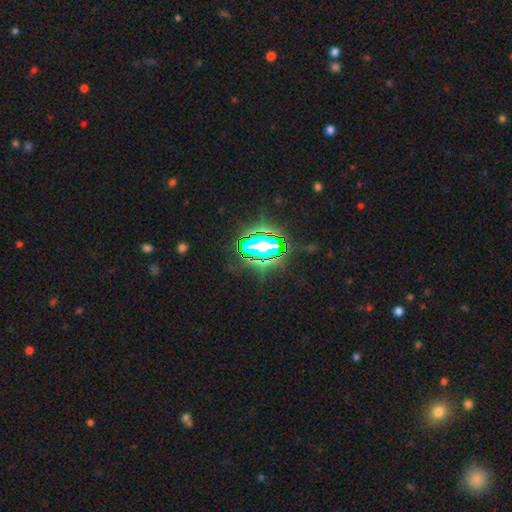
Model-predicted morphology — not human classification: Smooth or featured? Predicted: star or artifact (p=0.75).